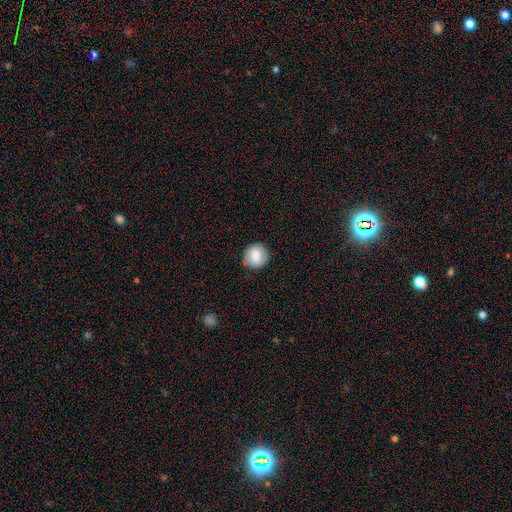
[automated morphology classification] type=smooth (75%); roundness=round (89%); merging=none (87%).